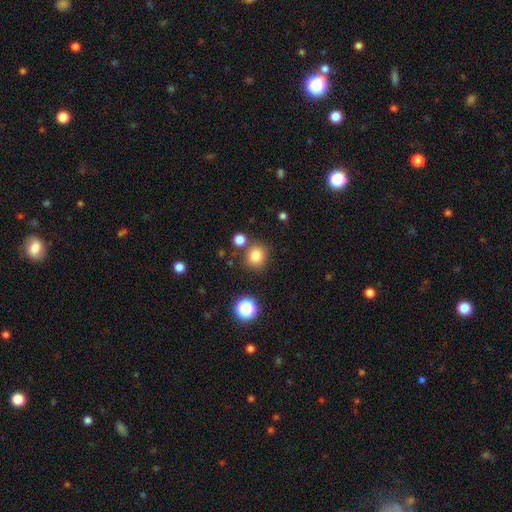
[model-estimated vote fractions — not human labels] smooth_or_featured: smooth (p=0.80) [alt: star or artifact p=0.14]
how_rounded: round (p=0.88) [alt: in between p=0.11]
merging: none (p=0.79) [alt: merger p=0.09]